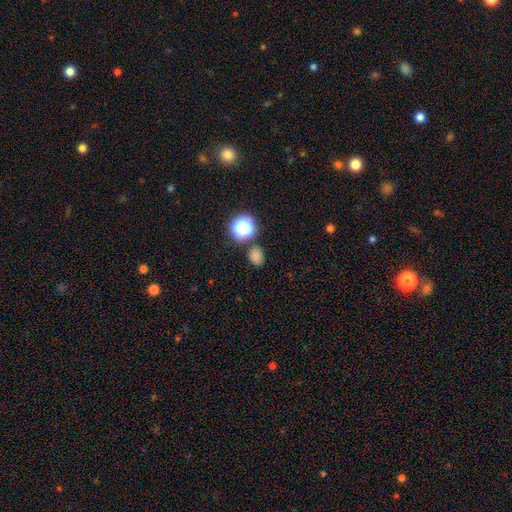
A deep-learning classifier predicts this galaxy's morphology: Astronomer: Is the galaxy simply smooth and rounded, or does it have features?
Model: smooth — 76%.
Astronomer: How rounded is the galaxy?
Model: round — 59% (runner-up: in between, 40%).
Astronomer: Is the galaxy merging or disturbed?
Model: none — 77%.